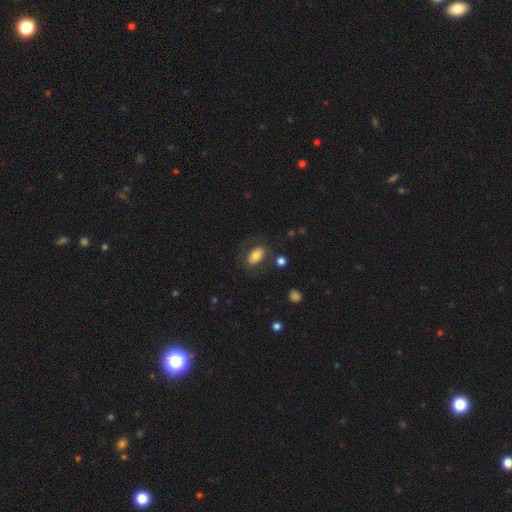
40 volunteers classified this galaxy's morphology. Q: Smooth or featured?
A: smooth (65%); runner-up: featured or disk (28%)
Q: How rounded?
A: in between (96%); runner-up: cigar-shaped (4%)
Q: Merging?
A: none (76%); runner-up: minor disturbance (14%)